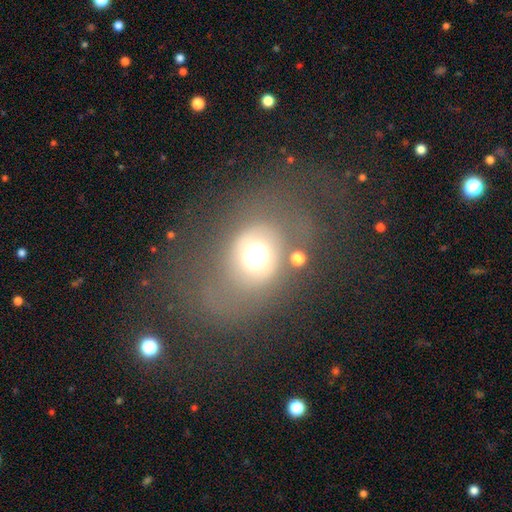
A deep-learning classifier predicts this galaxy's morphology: A smooth galaxy with no disk features (56%) that is in between round and cigar-shaped (51%).

Vote fractions:
- Smooth or featured? smooth: 56% / featured or disk: 26% / star or artifact: 17%
- How rounded? in between: 51% / round: 47% / cigar-shaped: 2%
- Merging? none: 65% / major disturbance: 15% / minor disturbance: 14% / merger: 5%